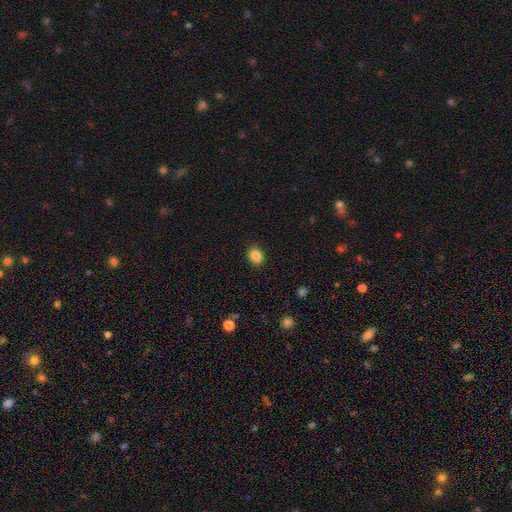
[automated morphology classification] type=smooth (86%); roundness=in between (63%); merging=none (89%).